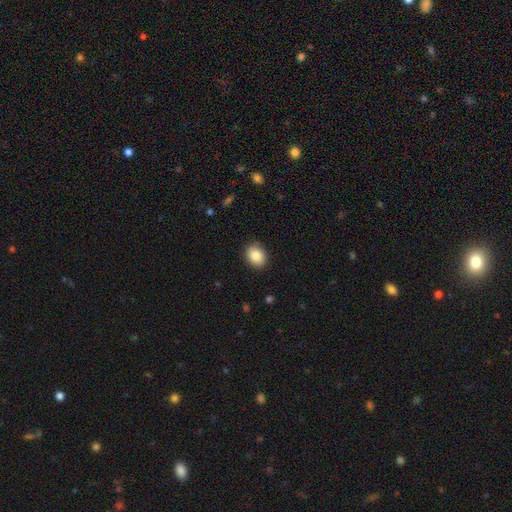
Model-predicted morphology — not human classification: Smooth or featured: smooth — 87% (star or artifact — 7%)
How rounded: in between — 63% (round — 36%)
Merging: none — 87% (minor disturbance — 10%)